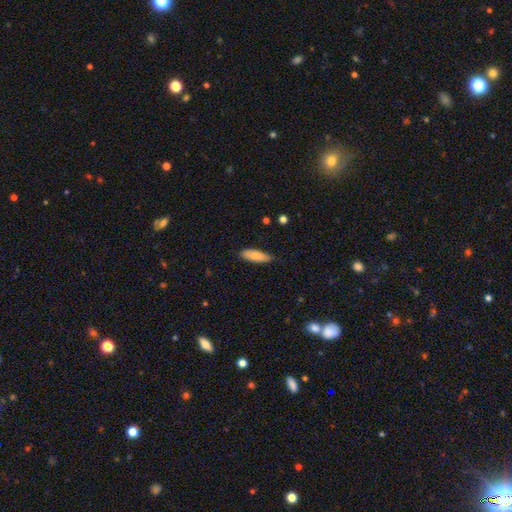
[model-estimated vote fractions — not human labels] Smooth or featured?
  - smooth: 83% *
  - featured or disk: 11%
  - star or artifact: 6%
How rounded?
  - in between: 56% *
  - cigar-shaped: 42%
  - round: 2%
Merging?
  - none: 79% *
  - minor disturbance: 17%
  - major disturbance: 2%
  - merger: 1%